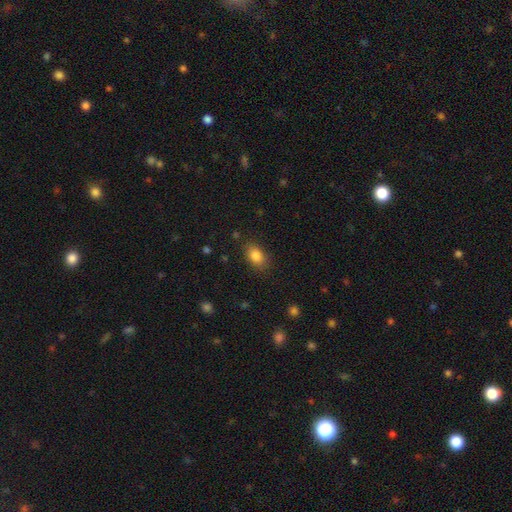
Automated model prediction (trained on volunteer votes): Overall: smooth (85%). How rounded: in between (83%). Merging: none (82%).